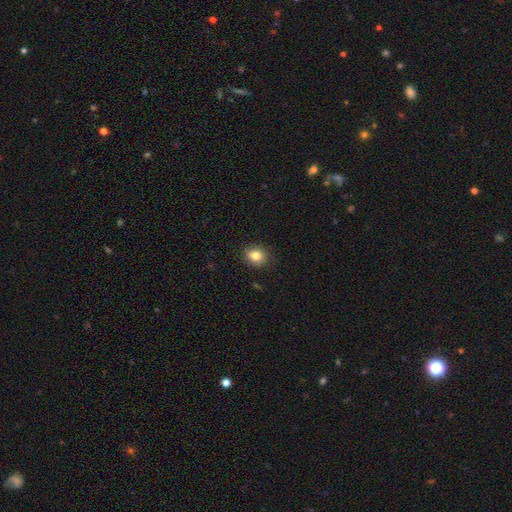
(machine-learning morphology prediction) Overall: smooth (83%). How rounded: round (52%; in between 47%). Merging: none (86%).